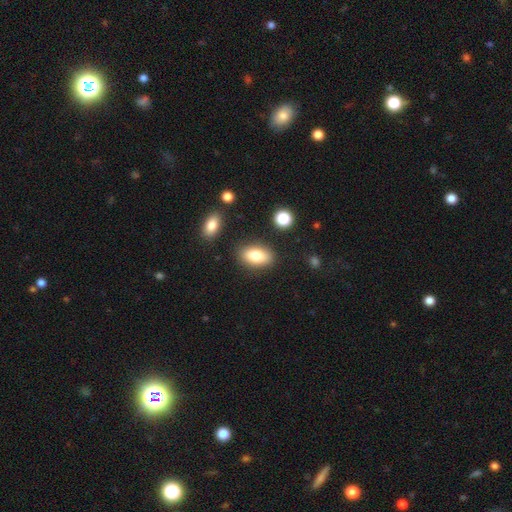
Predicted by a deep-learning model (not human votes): This is clearly a smooth galaxy (81%). How rounded: clearly in between (89%). Merging: clearly none (84%).